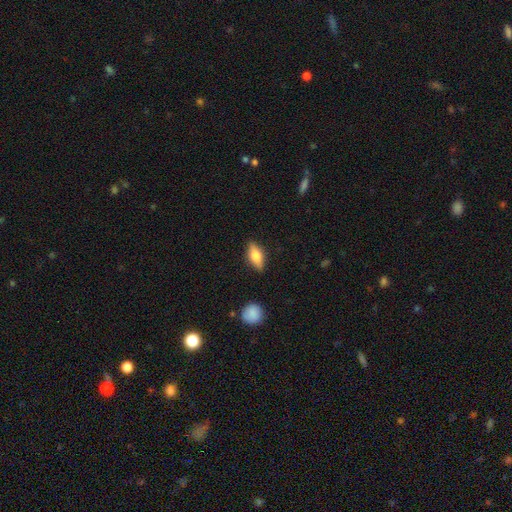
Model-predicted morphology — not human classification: Smooth or featured: smooth — 57% (featured or disk — 36%)
How rounded: in between — 72% (cigar-shaped — 24%)
Merging: none — 84% (minor disturbance — 11%)